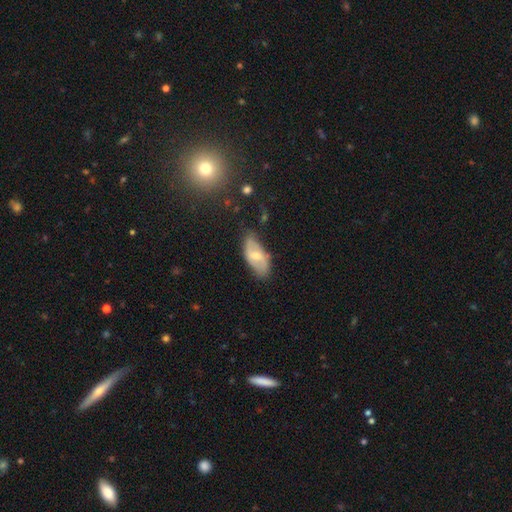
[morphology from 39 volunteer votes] smooth-or-featured: smooth: 49% | featured or disk: 44% | star or artifact: 8%
  how-rounded: in between: 89% | round: 5% | cigar-shaped: 5%
  merging: none: 67% | minor disturbance: 31% | major disturbance: 3% | merger: 0%